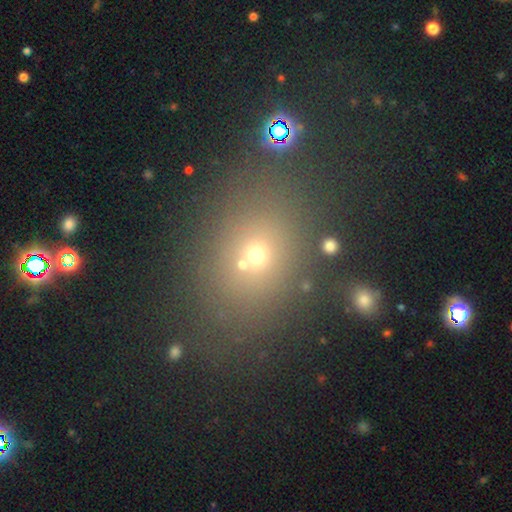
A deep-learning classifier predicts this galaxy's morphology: This is possibly a smooth galaxy (56%). How rounded: possibly in between (49%, tied with round). Merging: likely none (69%).